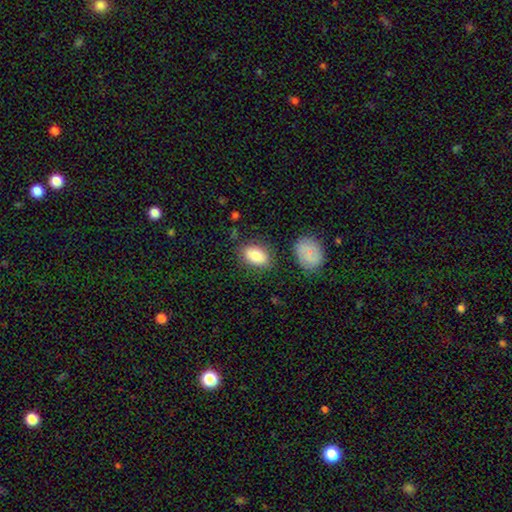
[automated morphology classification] smooth_or_featured: smooth (p=0.81) [alt: featured or disk p=0.12]
how_rounded: in between (p=0.88) [alt: round p=0.11]
merging: none (p=0.78) [alt: minor disturbance p=0.14]